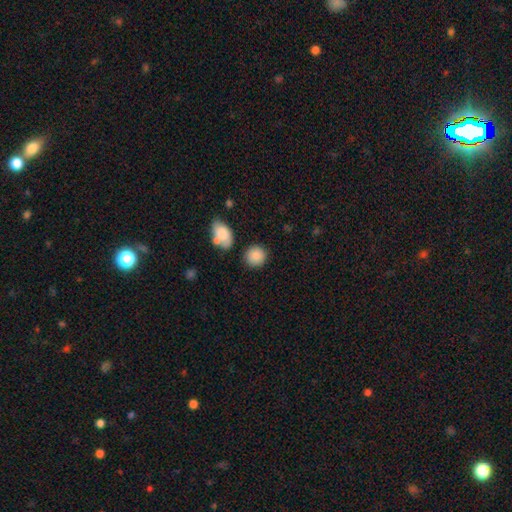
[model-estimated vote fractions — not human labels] Smooth or featured? Predicted: smooth (p=0.86). How rounded? Predicted: round (p=0.86). Merging? Predicted: none (p=0.82).